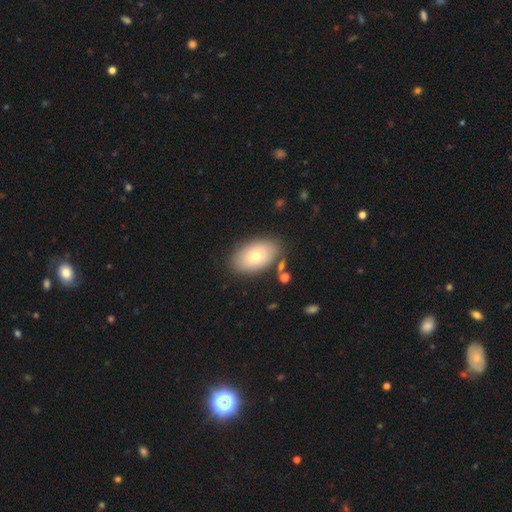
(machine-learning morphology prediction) A smooth galaxy with no disk features (72%) that is in between round and cigar-shaped (90%).

Vote fractions:
- Smooth or featured? smooth: 72% / featured or disk: 20% / star or artifact: 8%
- How rounded? in between: 90% / round: 8% / cigar-shaped: 1%
- Merging? none: 82% / minor disturbance: 11% / merger: 3% / major disturbance: 3%